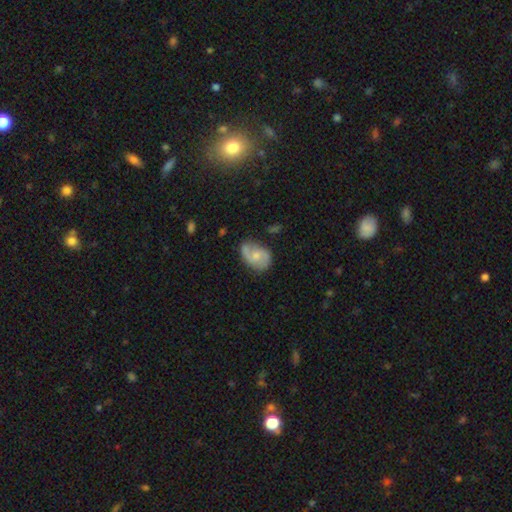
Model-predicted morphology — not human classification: Smooth or featured?
  - featured or disk: 63% *
  - smooth: 31%
  - star or artifact: 7%
Edge-on disk?
  - no: 97% *
  - yes: 3%
Bar?
  - no: 63% *
  - weak: 32%
  - strong: 5%
Spiral arms?
  - yes: 87% *
  - no: 13%
Spiral winding?
  - medium: 46% *
  - loose: 31%
  - tight: 24%
Spiral arm count?
  - 2: 79% *
  - can't tell: 10%
  - 1: 7%
  - 3: 1%
  - 4: 1%
  - more than 4: 1%
Bulge size?
  - moderate: 51% *
  - small: 42%
  - none: 4%
  - large: 2%
  - dominant: 1%
Merging?
  - none: 66% *
  - minor disturbance: 24%
  - major disturbance: 7%
  - merger: 2%